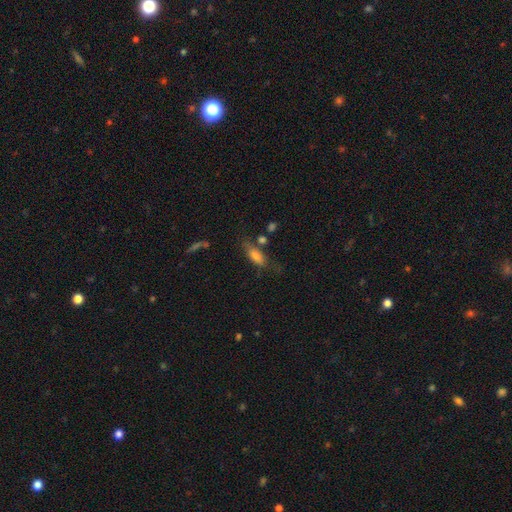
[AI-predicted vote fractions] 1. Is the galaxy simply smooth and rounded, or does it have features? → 75% smooth, 16% featured or disk, 9% star or artifact.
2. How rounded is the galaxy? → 70% in between, 26% cigar-shaped, 3% round.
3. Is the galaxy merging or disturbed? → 58% none, 23% minor disturbance, 11% major disturbance, 9% merger.